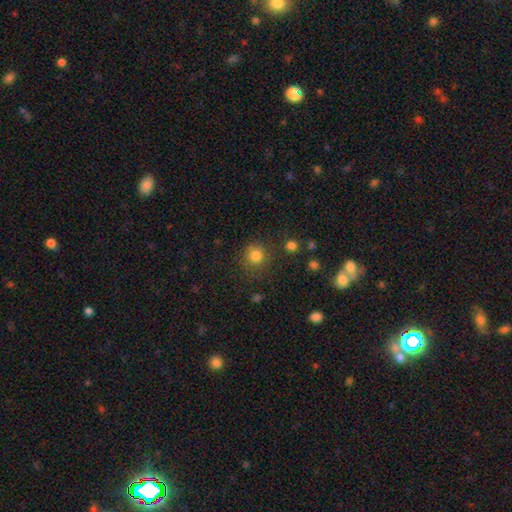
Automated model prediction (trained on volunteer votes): This is clearly a smooth galaxy (81%). How rounded: clearly round (92%). Merging: clearly none (84%).